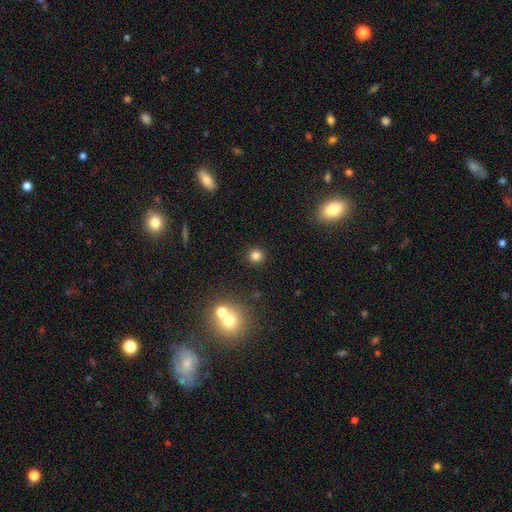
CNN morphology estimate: A smooth galaxy with no disk features (81%) that is round (92%). Merging: none (89%).